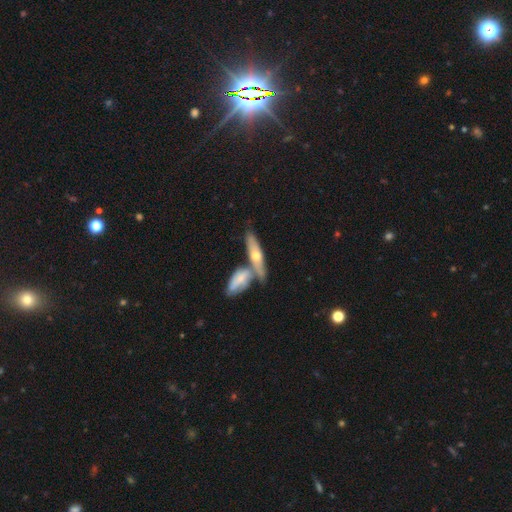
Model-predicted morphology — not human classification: smooth-or-featured: featured or disk: 50% | smooth: 44% | star or artifact: 6%
  disk-edge-on: yes: 69% | no: 31%
  merging: merger: 43% | none: 42% | minor disturbance: 11% | major disturbance: 4%